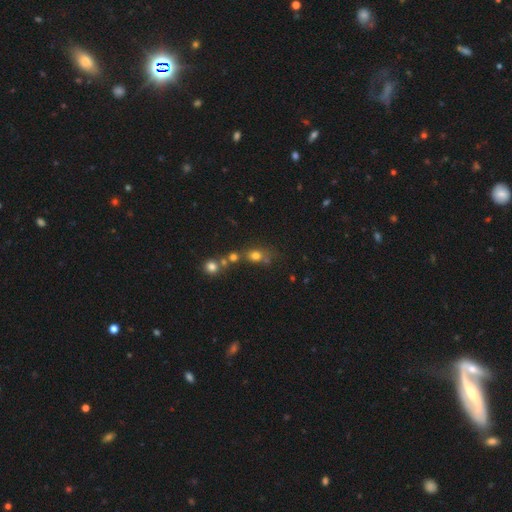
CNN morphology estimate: Overall: smooth (70%). How rounded: round (58%; in between 39%). Merging: none (52%; merger 27%).